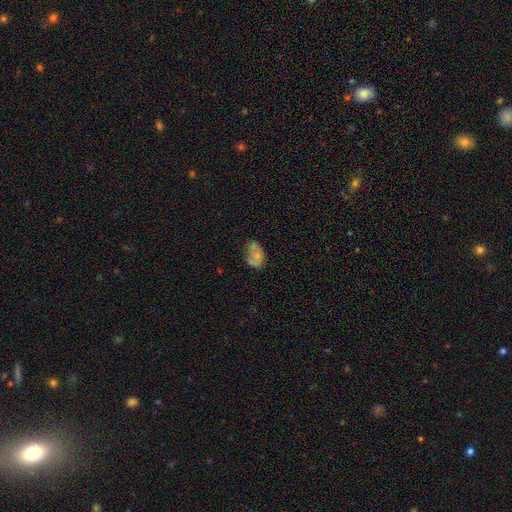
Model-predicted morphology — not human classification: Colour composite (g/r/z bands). It shows a smooth galaxy with no disk features (49%). Merging: none (45%).